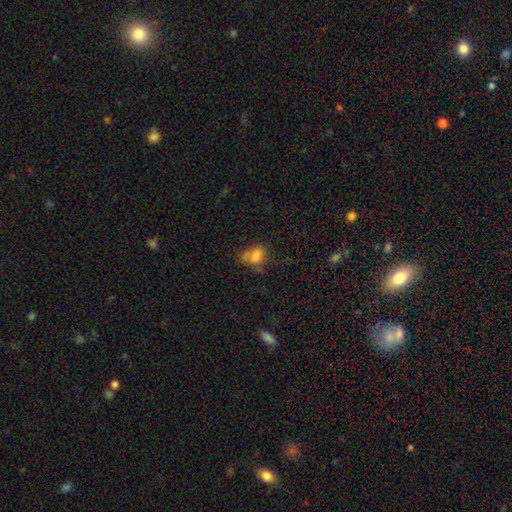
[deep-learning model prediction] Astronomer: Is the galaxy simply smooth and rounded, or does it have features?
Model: smooth — 74%.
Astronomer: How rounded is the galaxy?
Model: in between — 63%.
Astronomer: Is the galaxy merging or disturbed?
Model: none — 44% (runner-up: minor disturbance, 28%).